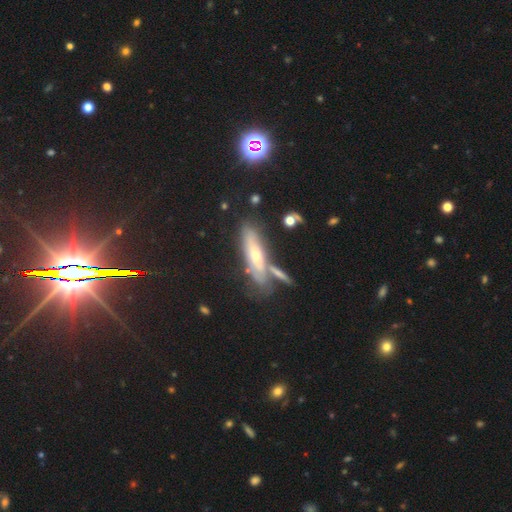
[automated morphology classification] Smooth or featured? featured or disk (53%)
Edge-on disk? yes (58%)
Merging? none (64%)